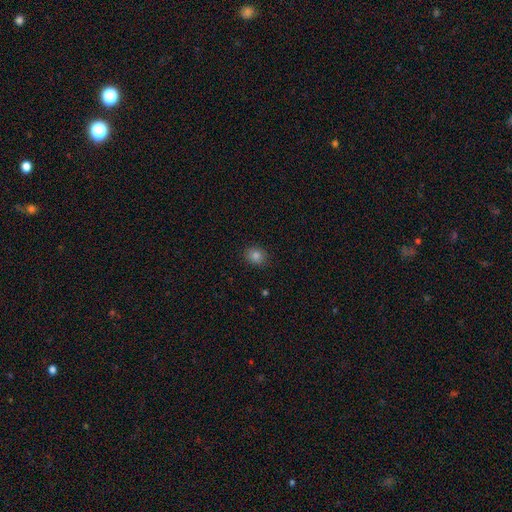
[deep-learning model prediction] A smooth galaxy with no disk features (82%) that is round (58%). Merging: none (87%).